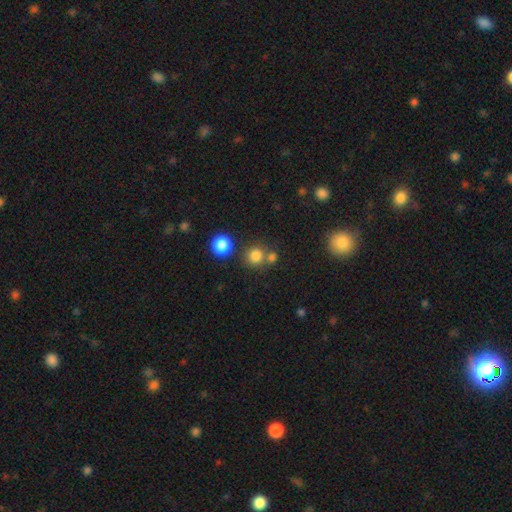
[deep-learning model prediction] A smooth galaxy with no disk features (79%) that is round (90%). Merging: none (68%).